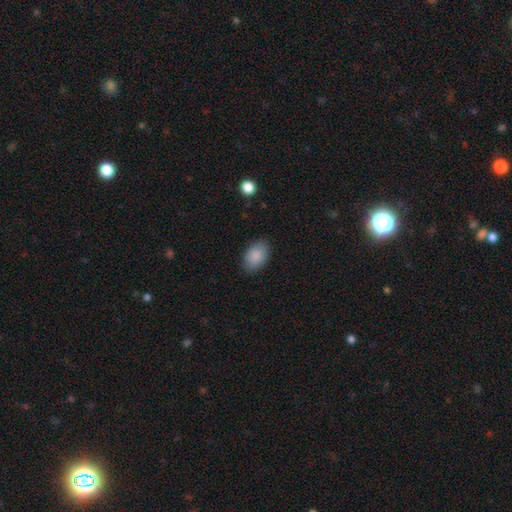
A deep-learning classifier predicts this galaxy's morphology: This is clearly a smooth galaxy (88%). How rounded: clearly in between (90%). Merging: clearly none (85%).